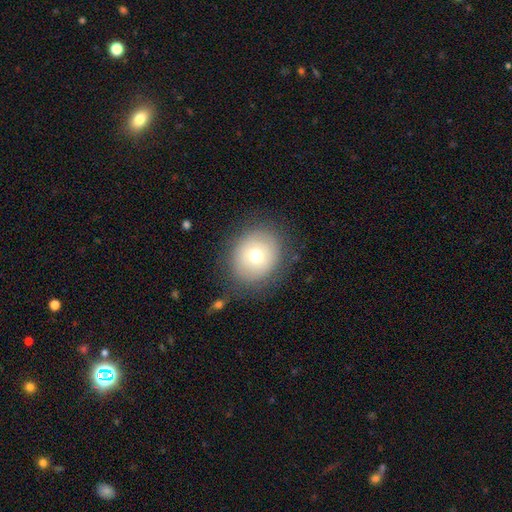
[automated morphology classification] Smooth or featured? smooth (67%)
How rounded? round (78%)
Merging? none (80%)